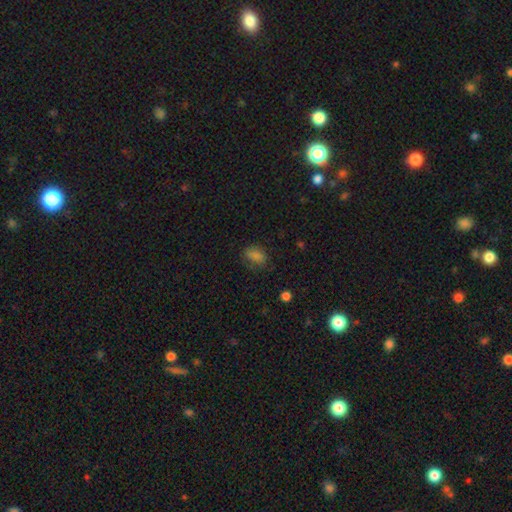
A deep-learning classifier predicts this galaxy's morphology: Smooth or featured? Predicted: smooth (p=0.78). How rounded? Predicted: in between (p=0.83). Merging? Predicted: none (p=0.72).